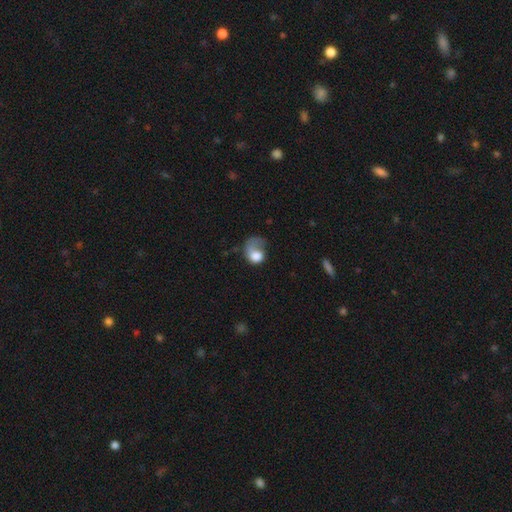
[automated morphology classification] This appears to be a smooth galaxy with no disk features (67%) that is in between round and cigar-shaped (51%). Merging: major disturbance (59%).